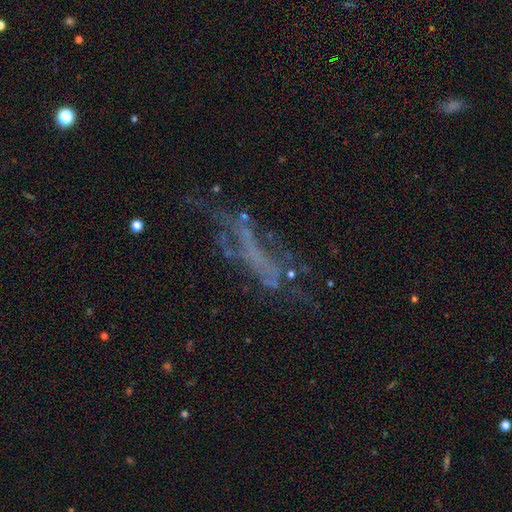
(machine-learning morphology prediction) Smooth or featured? featured or disk (57%)
Edge-on disk? no (78%)
Merging? none (39%)